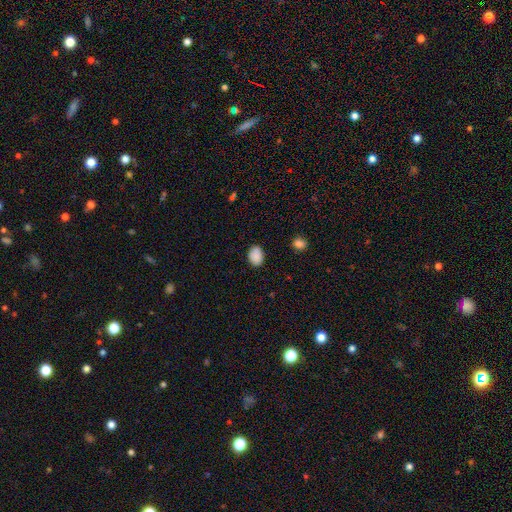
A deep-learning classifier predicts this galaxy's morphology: A smooth galaxy with no disk features (89%) that is in between round and cigar-shaped (76%). Merging: none (85%).